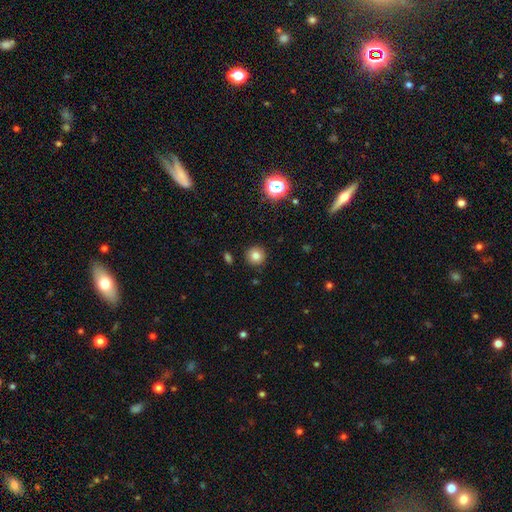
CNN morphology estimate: smooth 81%, star or artifact 12%, featured or disk 6%. Down the decision tree: how rounded — round (94%); merging — none (91%).